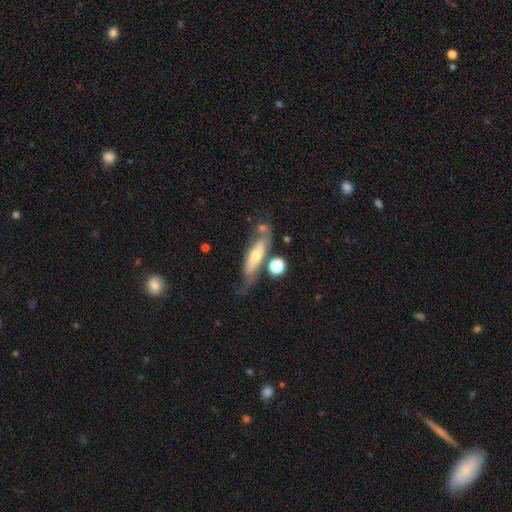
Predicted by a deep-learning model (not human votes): Smooth or featured: featured or disk — 59% (smooth — 33%)
Edge-on disk: no — 56% (yes — 44%)
Merging: none — 53% (minor disturbance — 23%)